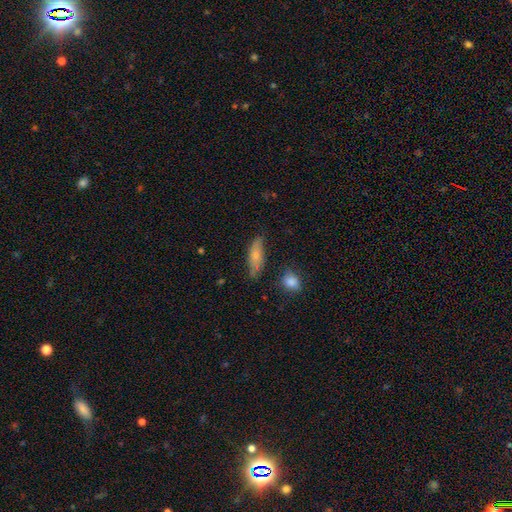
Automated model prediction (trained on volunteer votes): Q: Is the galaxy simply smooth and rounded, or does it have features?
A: smooth — 70%.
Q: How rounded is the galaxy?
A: in between — 59%.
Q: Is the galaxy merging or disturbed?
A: none — 72%.